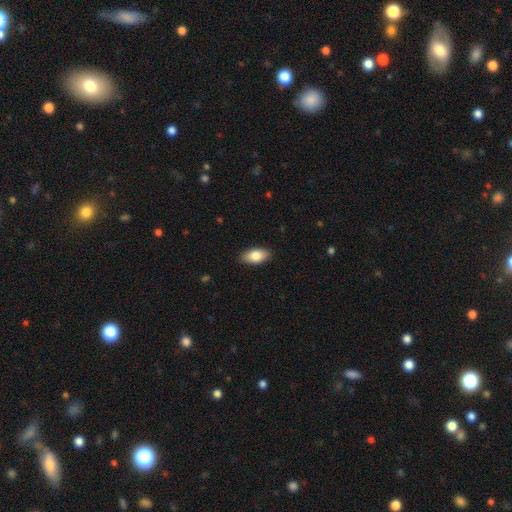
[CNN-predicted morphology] Smooth or featured: smooth — 83% (featured or disk — 11%)
How rounded: in between — 92% (cigar-shaped — 4%)
Merging: none — 87% (minor disturbance — 10%)